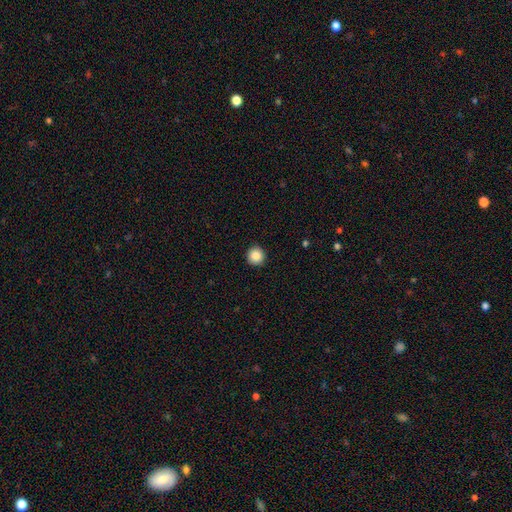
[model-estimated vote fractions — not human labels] Smooth or featured? smooth (88%)
How rounded? round (96%)
Merging? none (93%)